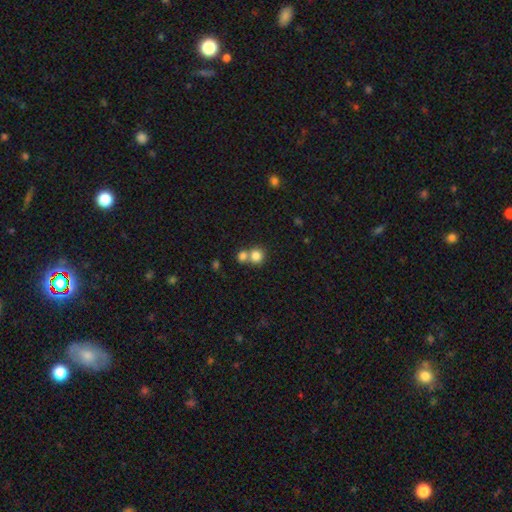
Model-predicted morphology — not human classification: A smooth galaxy with no disk features (82%) that is round (87%).

Vote fractions:
- Smooth or featured? smooth: 82% / star or artifact: 10% / featured or disk: 8%
- How rounded? round: 87% / in between: 13% / cigar-shaped: 1%
- Merging? none: 46% / merger: 45% / minor disturbance: 6% / major disturbance: 3%